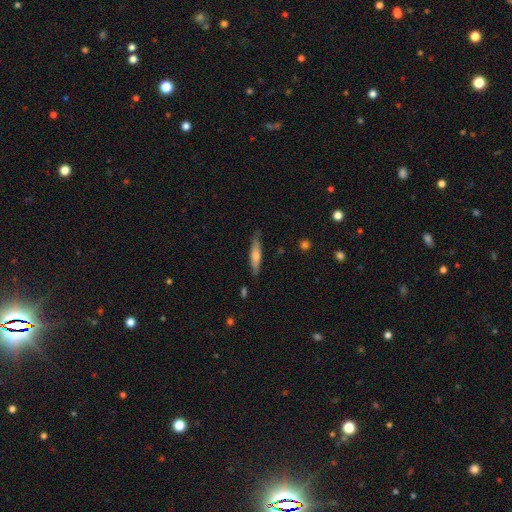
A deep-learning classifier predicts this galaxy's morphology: smooth 60%, featured or disk 34%, star or artifact 6%. Down the decision tree: how rounded — cigar-shaped (80%); merging — none (79%).